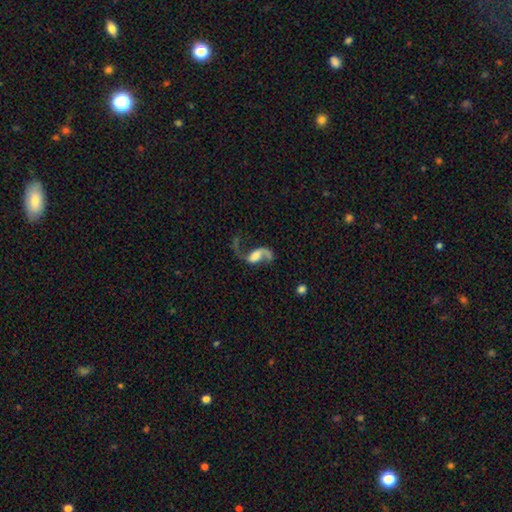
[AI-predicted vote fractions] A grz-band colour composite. It shows a featured or disk galaxy (81%) with no bar (41%), 2 (79%) loose (83%) spiral arms (94%) and a large central bulge (31%). Merging: none (47%).